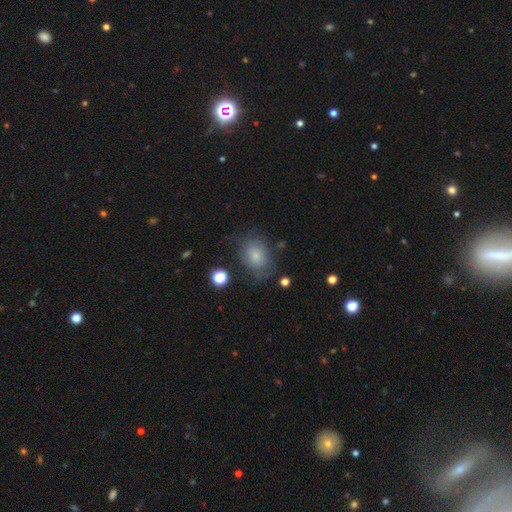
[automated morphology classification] A smooth galaxy with no disk features (71%) that is in between round and cigar-shaped (63%). Merging: none (55%).